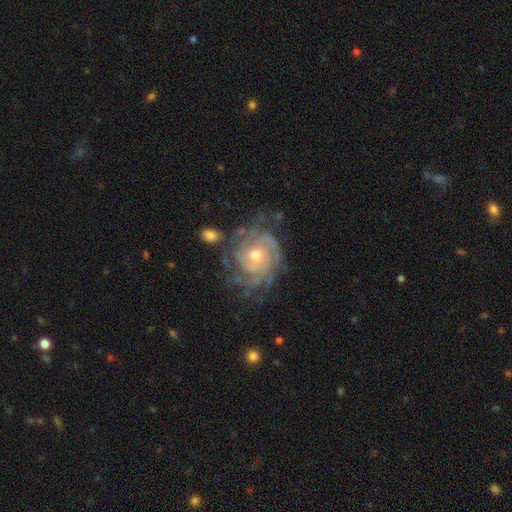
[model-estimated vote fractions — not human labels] This appears to be a featured or disk galaxy (90%) with no bar (71%), tight (75%) spiral arms (97%) and a moderate central bulge (59%). Merging: none (67%).